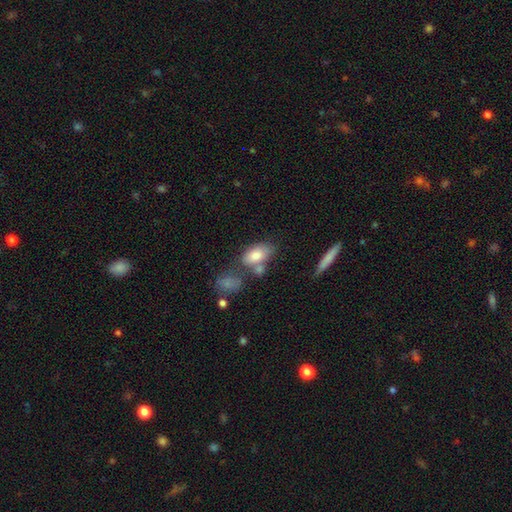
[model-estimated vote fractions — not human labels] This appears to be a smooth galaxy with no disk features (78%) that is in between round and cigar-shaped (90%). Merging: none (48%).